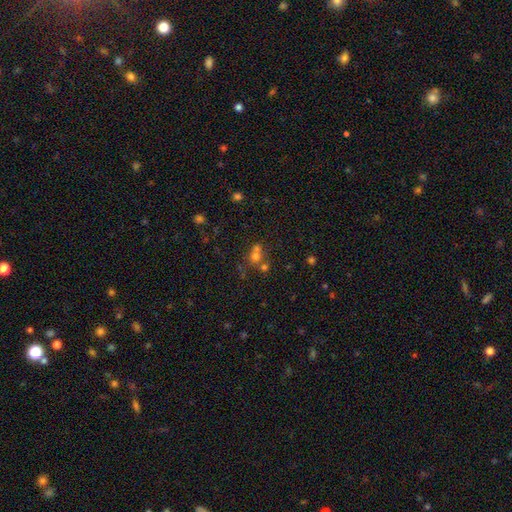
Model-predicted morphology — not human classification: Smooth or featured? Predicted: smooth (p=0.57). How rounded? Predicted: round (p=0.78). Merging? Predicted: merger (p=0.49).